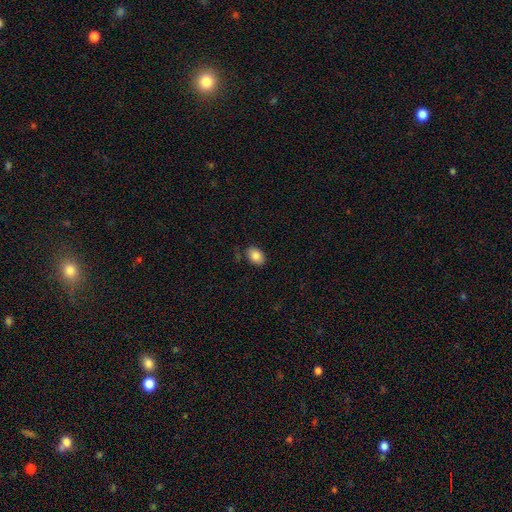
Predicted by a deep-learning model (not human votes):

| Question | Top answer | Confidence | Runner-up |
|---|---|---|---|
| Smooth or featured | smooth | 85% | star or artifact (8%) |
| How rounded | in between | 84% | round (15%) |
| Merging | none | 80% | minor disturbance (15%) |